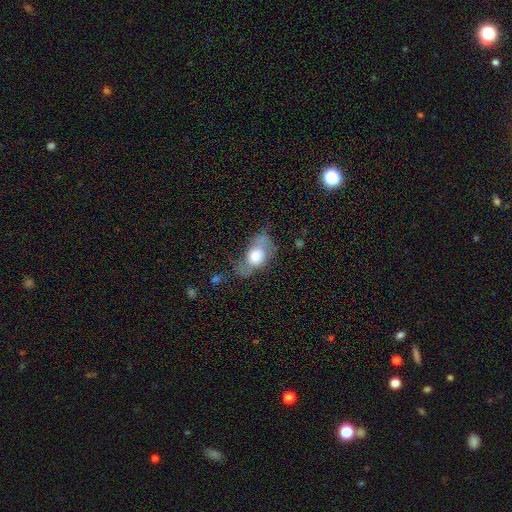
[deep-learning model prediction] A smooth galaxy with no disk features (54%) that is in between round and cigar-shaped (80%). Merging: none (42%).